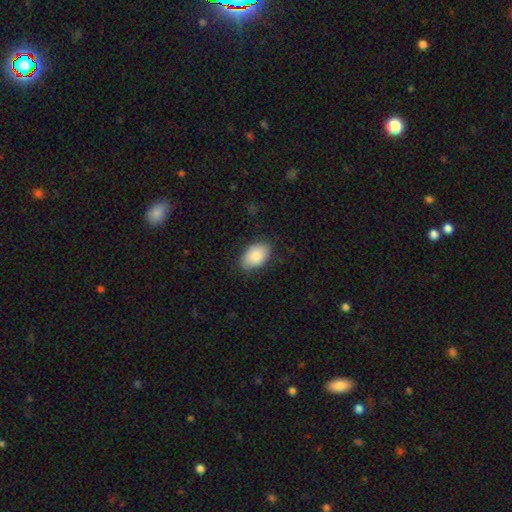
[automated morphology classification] The model was most divided on "merging": none: 79%, minor disturbance: 17%, major disturbance: 3%, merger: 1%. More confident: how rounded — in between (92%); smooth or featured — smooth (88%).